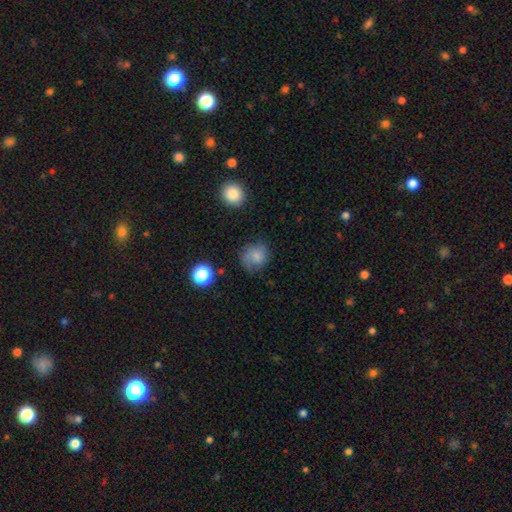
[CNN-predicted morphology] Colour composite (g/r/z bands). It shows a smooth galaxy with no disk features (70%) that is round (76%). Merging: none (64%).